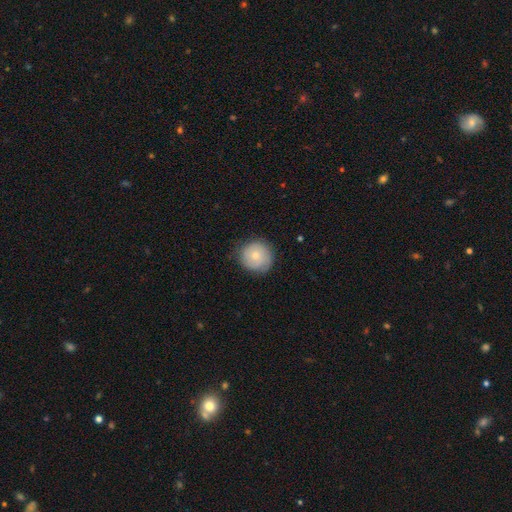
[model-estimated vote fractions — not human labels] Morphology: type=smooth (59%); roundness=round (93%); merging=none (80%).